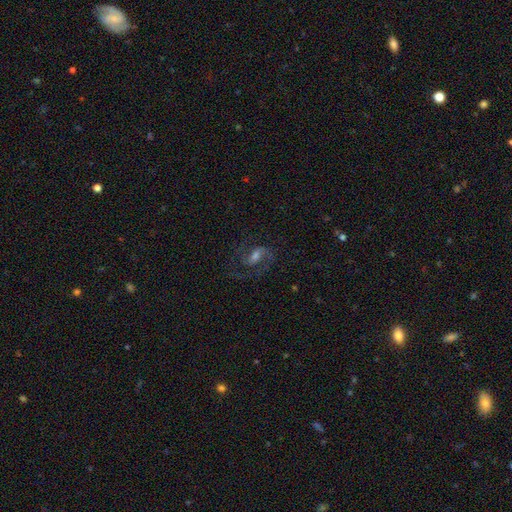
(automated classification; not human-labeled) Overall: featured or disk (75%). Edge-on disk: no (96%). Bar: weak (50%; strong 25%). Spiral arms: yes (94%). Spiral arm count: 2 (83%). Spiral winding: medium (56%; loose 28%). Bulge size: moderate (46%; small 32%). Merging: none (67%).